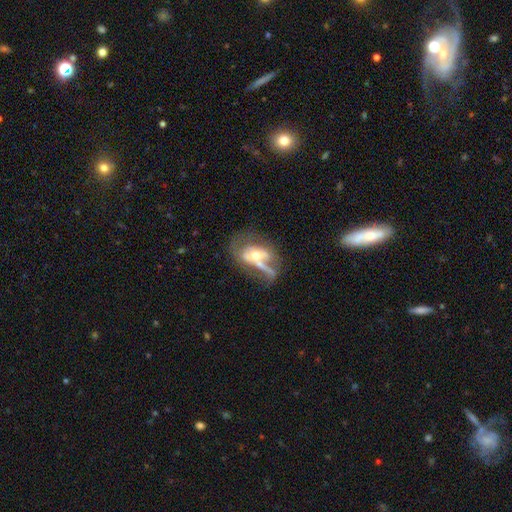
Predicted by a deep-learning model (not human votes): Morphology: type=featured or disk (59%); edge-on=no (90%); bar=no (65%); spiral arms=no (56%); bulge=moderate (65%); merging=merger (37%).